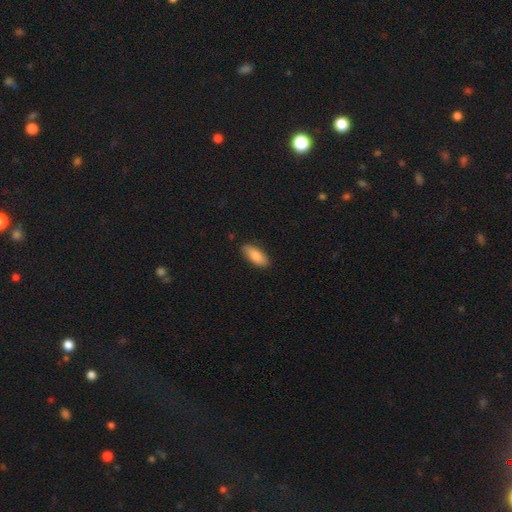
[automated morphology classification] A smooth galaxy with no disk features (82%) that is in between round and cigar-shaped (79%). Merging: none (85%).